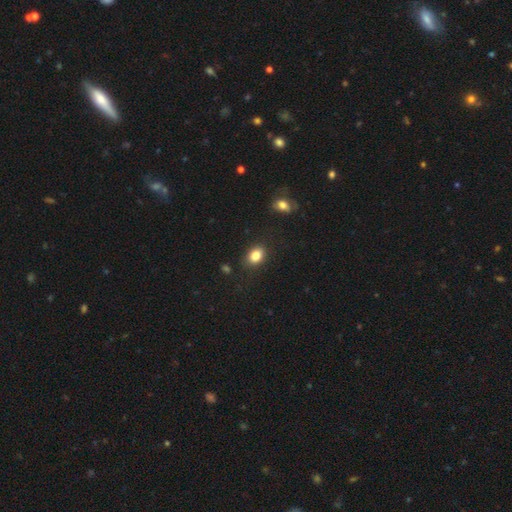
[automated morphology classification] Smooth or featured?
  - smooth: 84% *
  - star or artifact: 10%
  - featured or disk: 7%
How rounded?
  - in between: 74% *
  - round: 25%
  - cigar-shaped: 1%
Merging?
  - none: 83% *
  - minor disturbance: 12%
  - major disturbance: 3%
  - merger: 2%